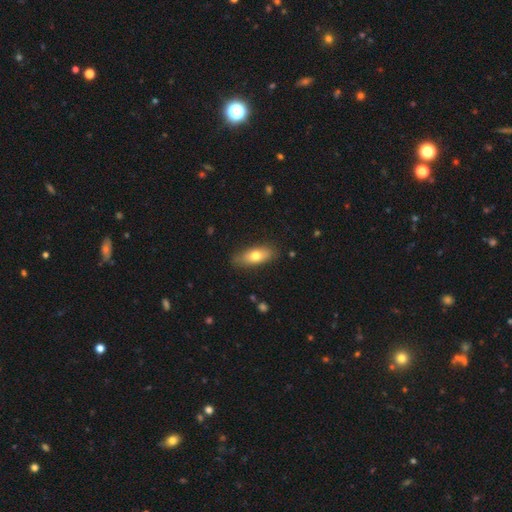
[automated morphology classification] This is likely a smooth galaxy (70%). How rounded: likely in between (77%). Merging: clearly none (81%).